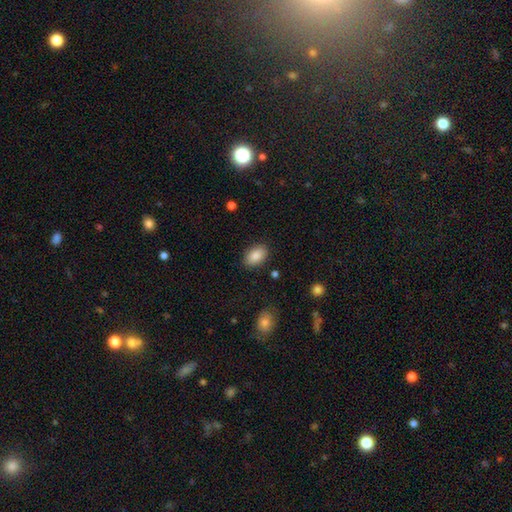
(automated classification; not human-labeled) Overall: smooth (88%). How rounded: in between (90%). Merging: none (86%).